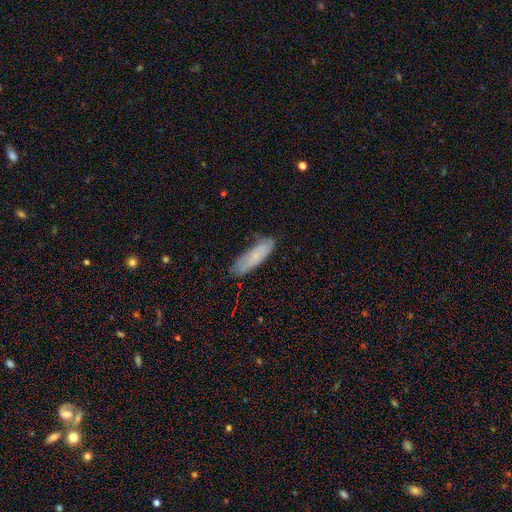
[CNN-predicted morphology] type=smooth (64%); roundness=cigar-shaped (57%); merging=none (71%).